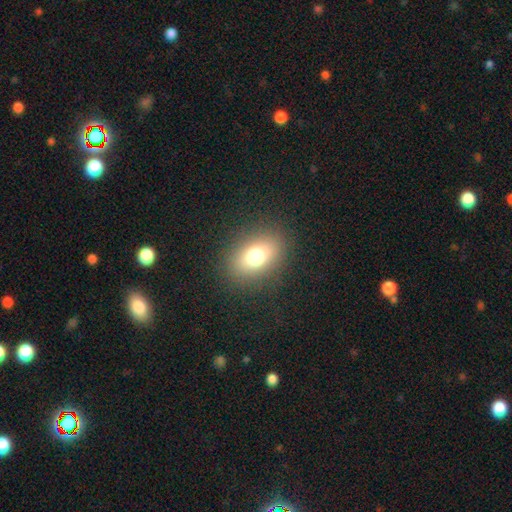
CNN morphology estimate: The model was most divided on "how rounded": in between: 70%, round: 29%, cigar-shaped: 1%. More confident: merging — none (86%); smooth or featured — smooth (73%).